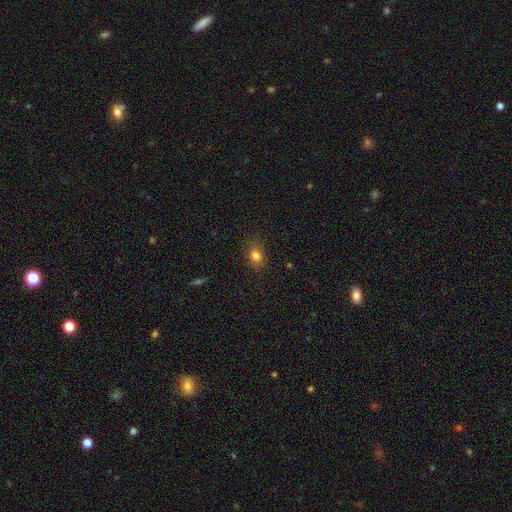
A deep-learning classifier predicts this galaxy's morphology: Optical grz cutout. It shows a smooth galaxy with no disk features (81%) that is in between round and cigar-shaped (64%). Merging: none (79%).